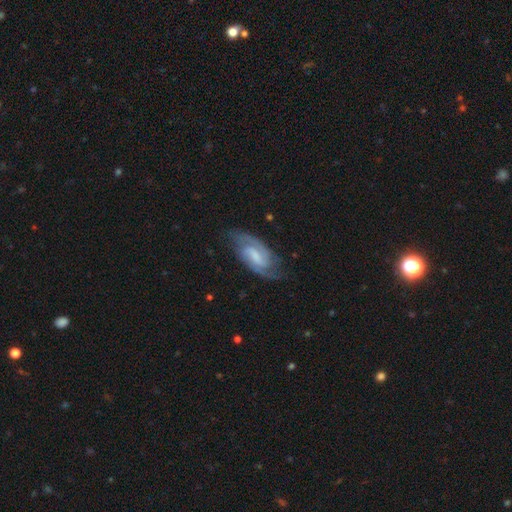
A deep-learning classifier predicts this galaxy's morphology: A featured or disk galaxy (85%) with a weak bar (55%), 2 (86%) medium (49%) spiral arms (97%) and a small central bulge (36%).

Vote fractions:
- Smooth or featured? featured or disk: 85% / smooth: 9% / star or artifact: 5%
- Edge-on disk? no: 96% / yes: 4%
- Bar? weak: 55% / strong: 24% / no: 21%
- Spiral arms? yes: 97% / no: 3%
- Spiral winding? medium: 49% / tight: 40% / loose: 11%
- Spiral arm count? 2: 86% / can't tell: 6% / 3: 4% / 1: 2% / 4: 1% / more than 4: 1%
- Bulge size? small: 36% / none: 30% / moderate: 28% / large: 5% / dominant: 1%
- Merging? none: 77% / minor disturbance: 16% / major disturbance: 5% / merger: 1%